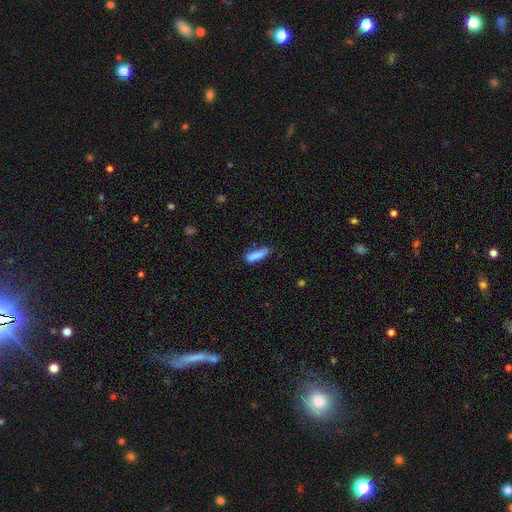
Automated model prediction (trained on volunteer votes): A smooth galaxy with no disk features (83%) that is cigar-shaped (60%). Merging: none (56%).